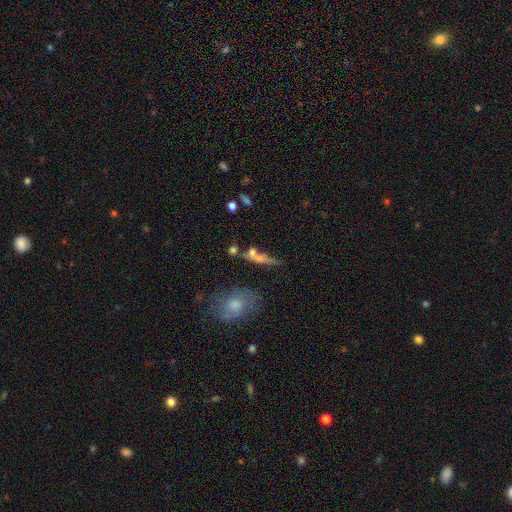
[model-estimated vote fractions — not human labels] Overall: smooth (58%; featured or disk 28%). How rounded: cigar-shaped (56%; in between 32%). Merging: none (38%; merger 31%).